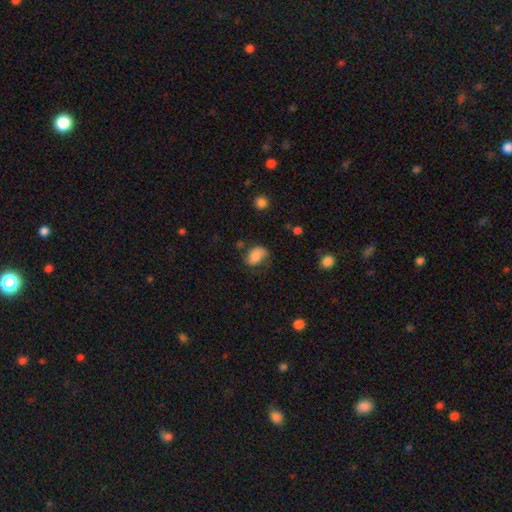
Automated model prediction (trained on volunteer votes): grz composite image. It shows a smooth galaxy with no disk features (72%) that is in between round and cigar-shaped (81%). Merging: none (52%).